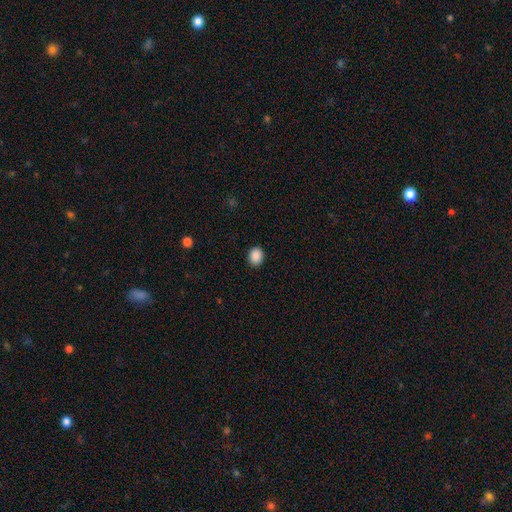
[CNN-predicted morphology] A smooth galaxy with no disk features (89%) that is in between round and cigar-shaped (51%). Merging: none (90%).